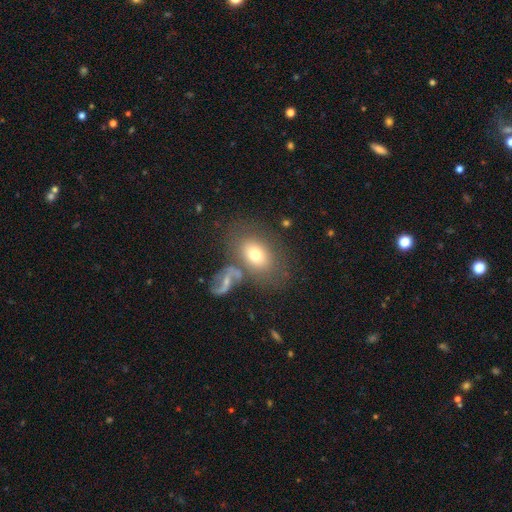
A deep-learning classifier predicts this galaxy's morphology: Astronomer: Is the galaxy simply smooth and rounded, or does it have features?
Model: smooth — 63%.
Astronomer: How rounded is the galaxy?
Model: in between — 74%.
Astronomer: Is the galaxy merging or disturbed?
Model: none — 60%.